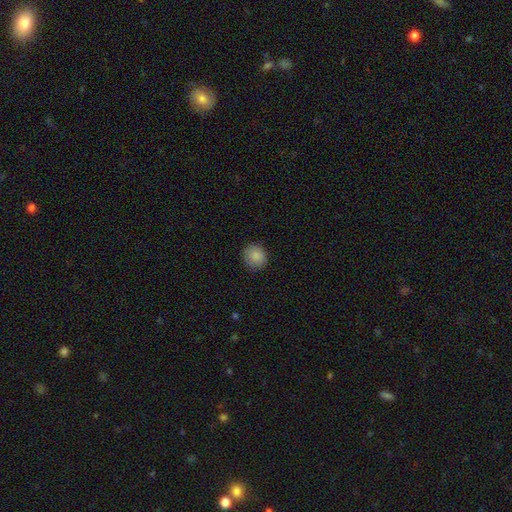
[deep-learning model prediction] Q: Smooth or featured?
A: smooth (86%); runner-up: star or artifact (8%)
Q: How rounded?
A: round (78%); runner-up: in between (21%)
Q: Merging?
A: none (86%); runner-up: minor disturbance (11%)